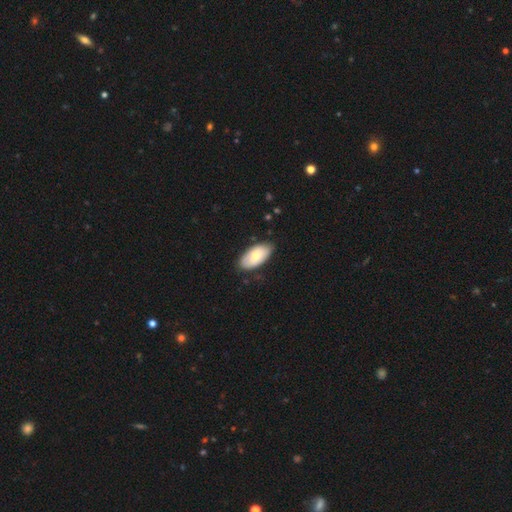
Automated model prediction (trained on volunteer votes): A smooth galaxy with no disk features (70%) that is in between round and cigar-shaped (94%).

Vote fractions:
- Smooth or featured? smooth: 70% / featured or disk: 24% / star or artifact: 6%
- How rounded? in between: 94% / cigar-shaped: 3% / round: 2%
- Merging? none: 78% / minor disturbance: 18% / major disturbance: 3% / merger: 1%